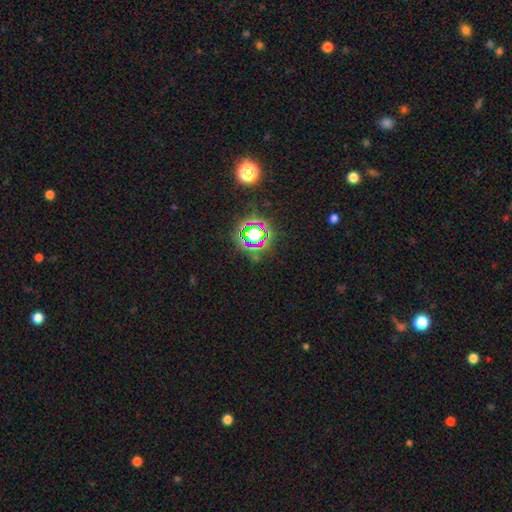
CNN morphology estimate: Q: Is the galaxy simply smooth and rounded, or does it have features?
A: star or artifact — 71%.